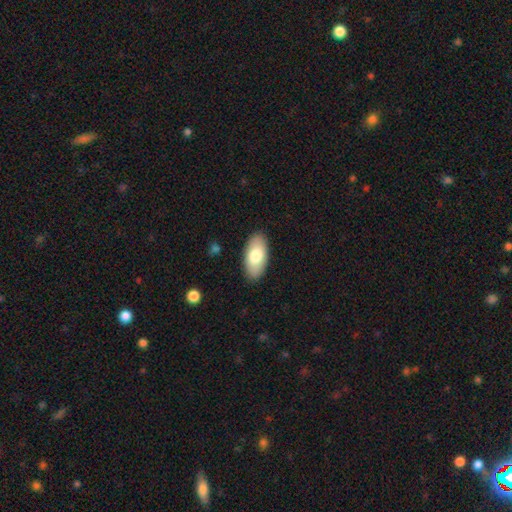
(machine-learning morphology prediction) Smooth or featured: smooth — 77% (featured or disk — 18%)
How rounded: in between — 94% (cigar-shaped — 4%)
Merging: none — 88% (minor disturbance — 9%)